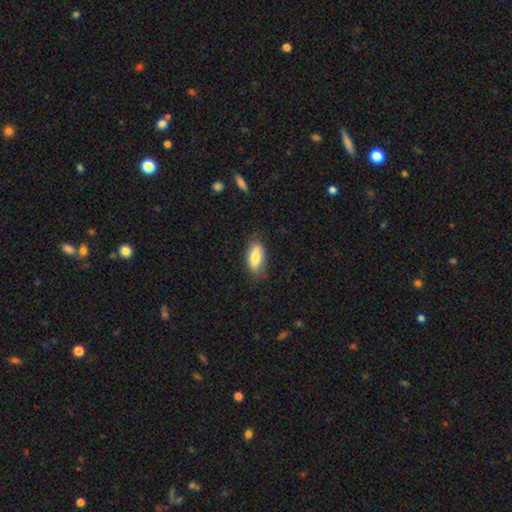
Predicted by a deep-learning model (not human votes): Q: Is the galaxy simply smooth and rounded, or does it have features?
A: smooth — 79%.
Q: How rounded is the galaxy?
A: in between — 82%.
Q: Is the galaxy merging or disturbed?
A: none — 79%.